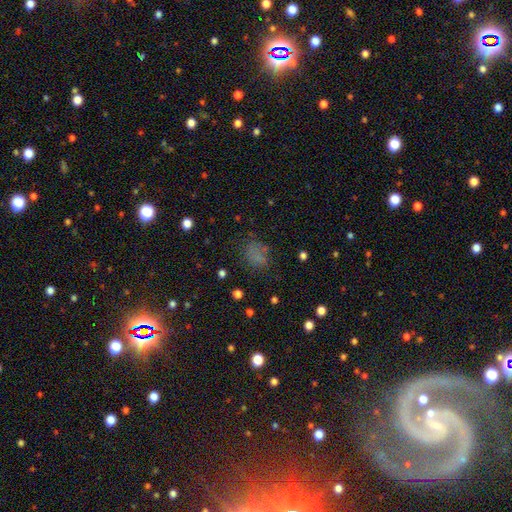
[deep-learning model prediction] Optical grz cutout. It shows a smooth galaxy with no disk features (66%) that is in between round and cigar-shaped (56%). Merging: none (63%).